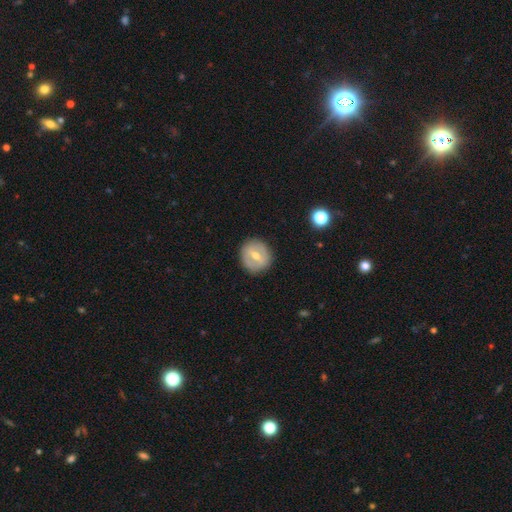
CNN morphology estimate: Q: Smooth or featured?
A: featured or disk (50%); runner-up: smooth (43%)
Q: Edge-on disk?
A: no (94%); runner-up: yes (6%)
Q: Merging?
A: none (88%); runner-up: minor disturbance (9%)